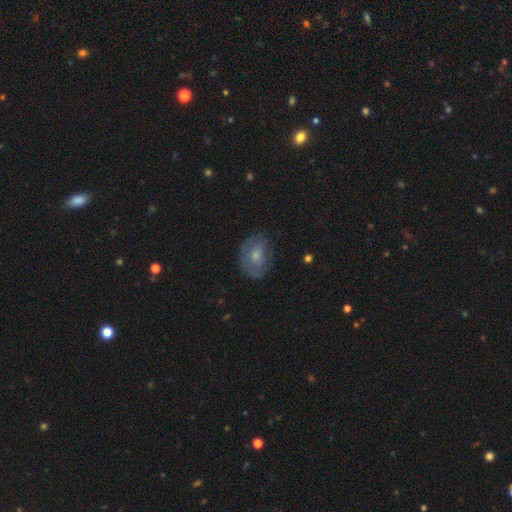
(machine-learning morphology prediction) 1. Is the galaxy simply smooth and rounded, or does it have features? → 56% smooth, 36% featured or disk, 8% star or artifact.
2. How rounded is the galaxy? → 72% in between, 27% round, 1% cigar-shaped.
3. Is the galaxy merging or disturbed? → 67% none, 23% minor disturbance, 9% major disturbance, 1% merger.